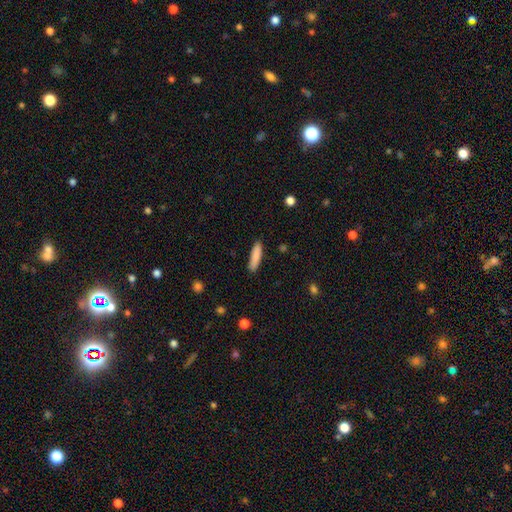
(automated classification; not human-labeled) smooth_or_featured: smooth (p=0.86) [alt: featured or disk p=0.07]
how_rounded: cigar-shaped (p=0.77) [alt: in between p=0.21]
merging: none (p=0.87) [alt: minor disturbance p=0.10]